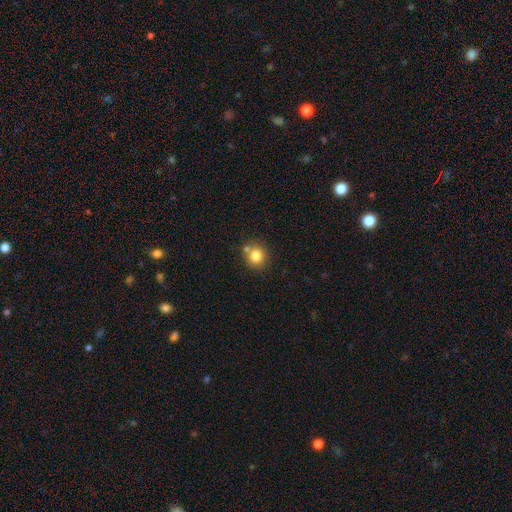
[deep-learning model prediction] Smooth or featured? smooth (81%)
How rounded? round (86%)
Merging? none (70%)